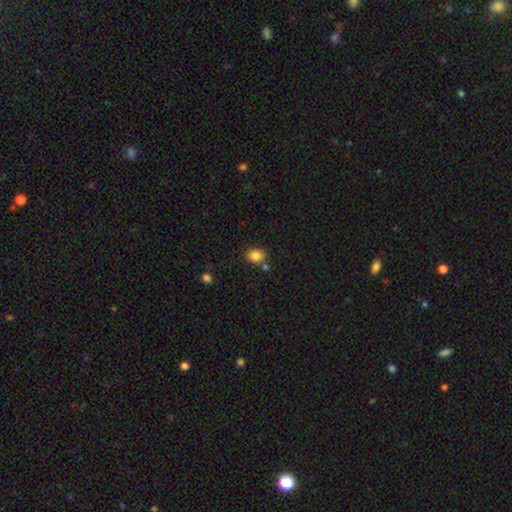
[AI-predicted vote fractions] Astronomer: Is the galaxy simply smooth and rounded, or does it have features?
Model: smooth — 84%.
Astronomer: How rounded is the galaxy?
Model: round — 50% (runner-up: in between, 49%).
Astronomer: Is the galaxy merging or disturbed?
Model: none — 72%.